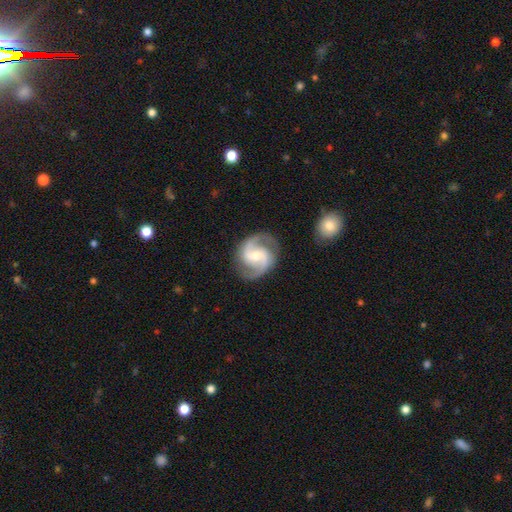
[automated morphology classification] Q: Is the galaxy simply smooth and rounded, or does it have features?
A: featured or disk — 91%.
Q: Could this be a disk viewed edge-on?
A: no — 98%.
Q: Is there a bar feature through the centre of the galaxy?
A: weak — 49%.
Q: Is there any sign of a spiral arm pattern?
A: yes — 98%.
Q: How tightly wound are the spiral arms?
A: medium — 61%.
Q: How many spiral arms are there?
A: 2 — 91%.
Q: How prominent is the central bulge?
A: moderate — 54%.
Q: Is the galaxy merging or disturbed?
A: none — 84%.